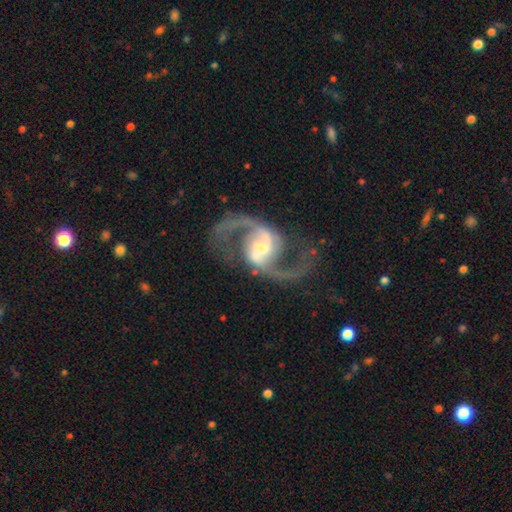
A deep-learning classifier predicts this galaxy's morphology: Smooth or featured? featured or disk (93%)
Edge-on disk? no (98%)
Bar? weak (44%)
Spiral arms? yes (98%)
Spiral winding? loose (51%)
Spiral arm count? 2 (95%)
Bulge size? moderate (54%)
Merging? none (76%)